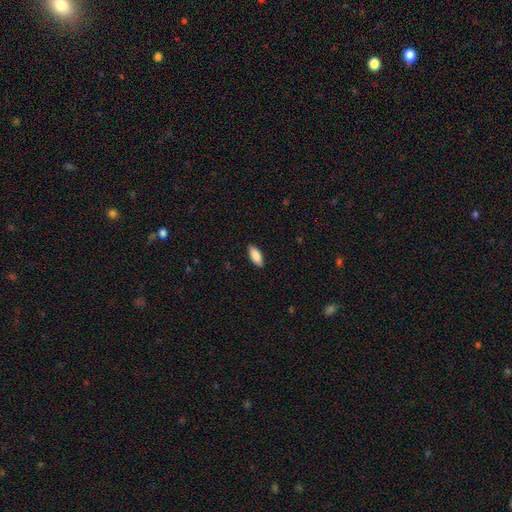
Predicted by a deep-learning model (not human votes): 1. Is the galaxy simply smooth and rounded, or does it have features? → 87% smooth, 7% featured or disk, 6% star or artifact.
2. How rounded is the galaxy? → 82% in between, 16% cigar-shaped, 2% round.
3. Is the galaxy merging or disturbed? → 89% none, 8% minor disturbance, 2% major disturbance, 1% merger.